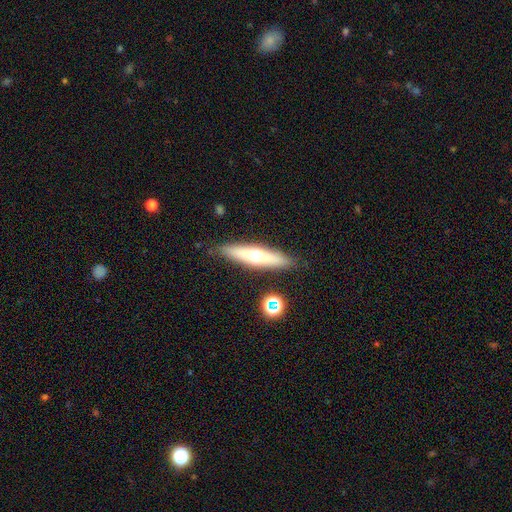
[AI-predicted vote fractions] A featured or disk galaxy (47%). Merging: none (88%).